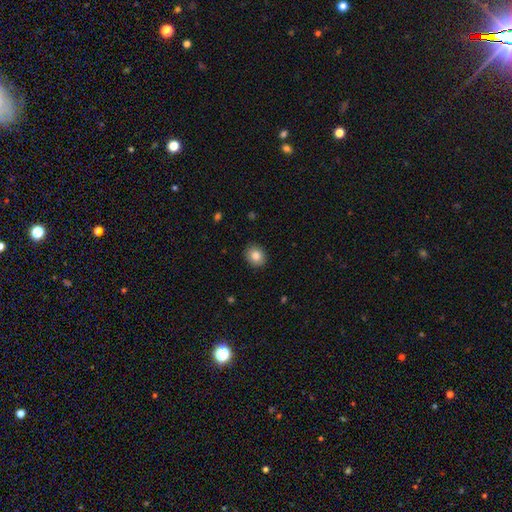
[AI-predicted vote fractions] Morphology: type=smooth (84%); roundness=round (68%); merging=none (90%).